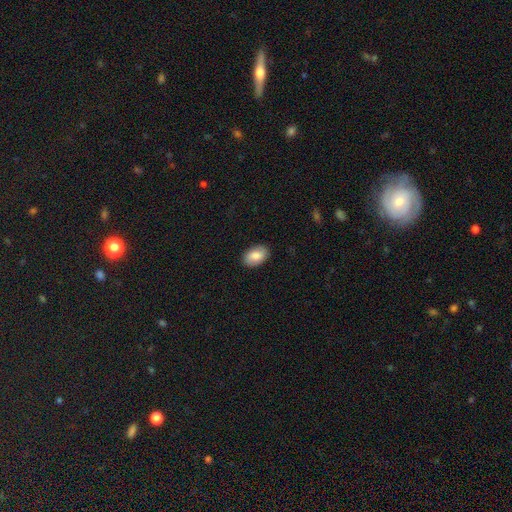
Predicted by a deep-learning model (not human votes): Overall: smooth (80%). How rounded: in between (89%). Merging: none (87%).